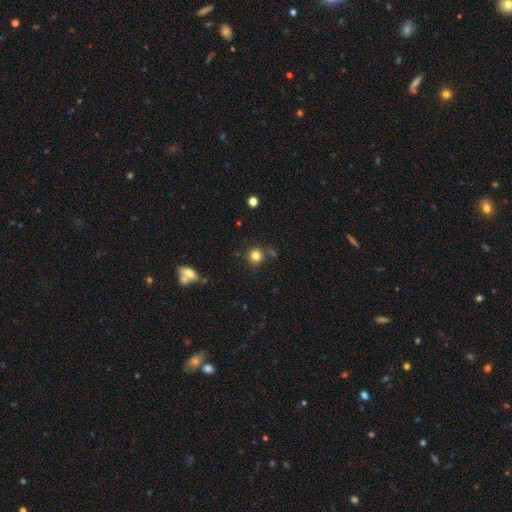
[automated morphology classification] A smooth galaxy with no disk features (80%) that is round (91%). Merging: none (78%).